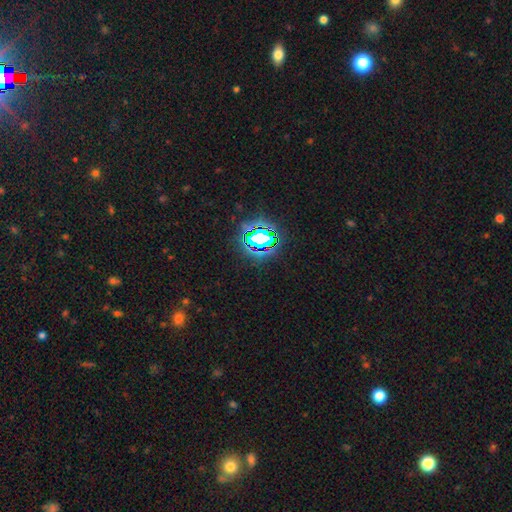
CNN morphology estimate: Smooth or featured: star or artifact — 79% (smooth — 15%)